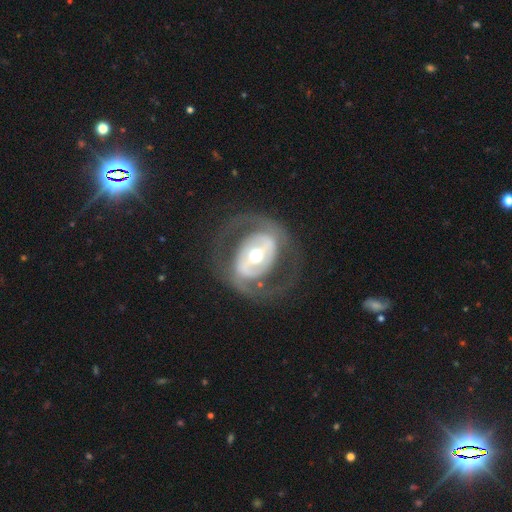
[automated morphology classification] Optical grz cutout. It shows a featured or disk galaxy (80%) with a strong bar (42%), spiral arms (58%) and a moderate central bulge (69%). Merging: none (72%).